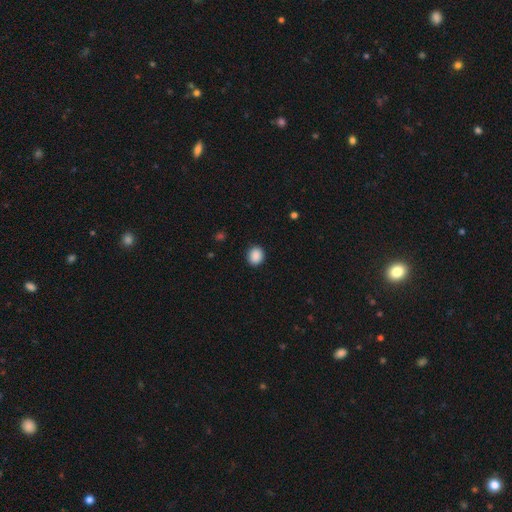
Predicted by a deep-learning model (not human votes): Smooth or featured? Predicted: smooth (p=0.89). How rounded? Predicted: round (p=0.65). Merging? Predicted: none (p=0.90).